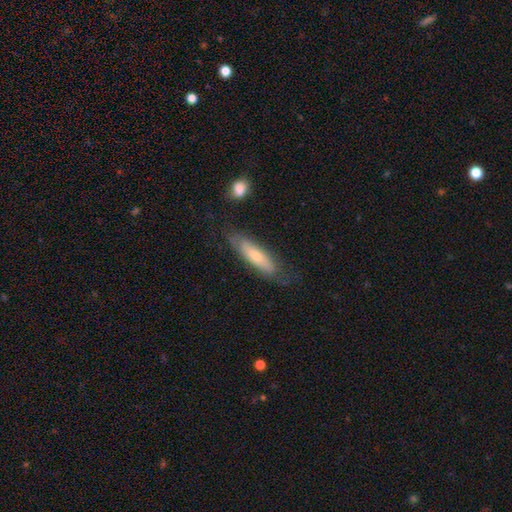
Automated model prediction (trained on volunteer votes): Q: Smooth or featured?
A: smooth (57%); runner-up: featured or disk (36%)
Q: How rounded?
A: cigar-shaped (70%); runner-up: in between (29%)
Q: Merging?
A: none (71%); runner-up: minor disturbance (20%)